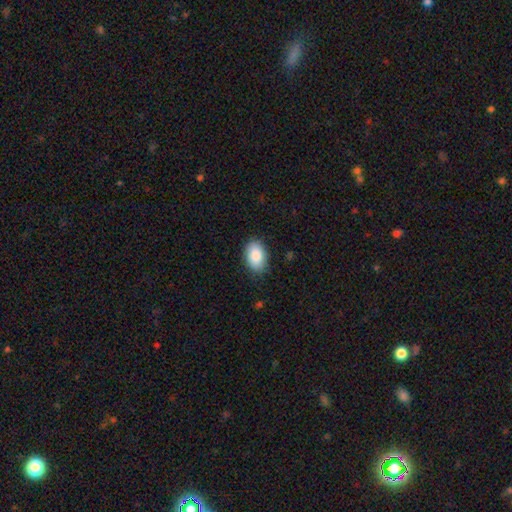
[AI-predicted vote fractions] This is clearly a smooth galaxy (88%). How rounded: clearly in between (90%). Merging: clearly none (85%).